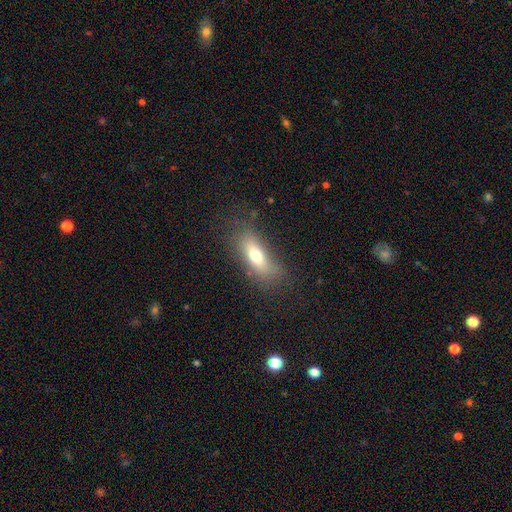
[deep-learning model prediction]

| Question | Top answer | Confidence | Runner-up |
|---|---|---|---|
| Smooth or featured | smooth | 68% | featured or disk (22%) |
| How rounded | in between | 65% | cigar-shaped (30%) |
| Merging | none | 73% | minor disturbance (17%) |